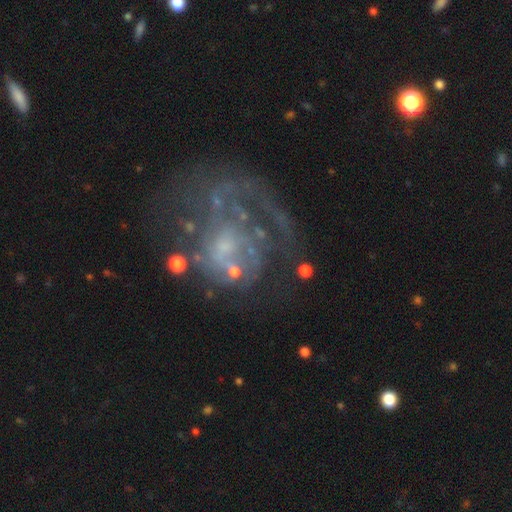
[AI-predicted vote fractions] Smooth or featured?
  - featured or disk: 73% *
  - smooth: 14%
  - star or artifact: 13%
Edge-on disk?
  - no: 98% *
  - yes: 2%
Bar?
  - no: 77% *
  - weak: 20%
  - strong: 4%
Spiral arms?
  - yes: 63% *
  - no: 37%
Bulge size?
  - small: 42% *
  - none: 37%
  - moderate: 18%
  - large: 3%
  - dominant: 1%
Merging?
  - none: 39% *
  - major disturbance: 38%
  - minor disturbance: 16%
  - merger: 7%